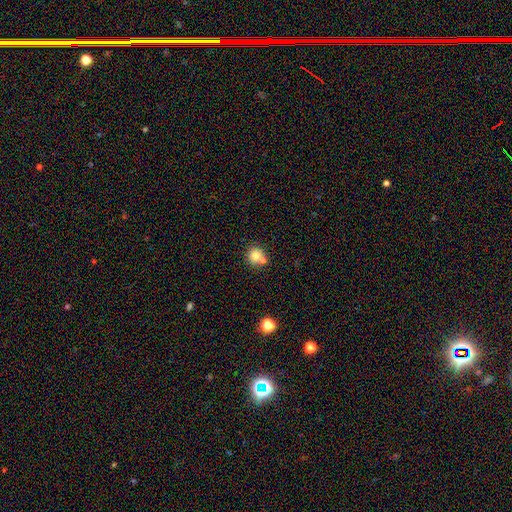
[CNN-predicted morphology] This appears to be a smooth galaxy with no disk features (80%) that is round (89%). Merging: none (59%).